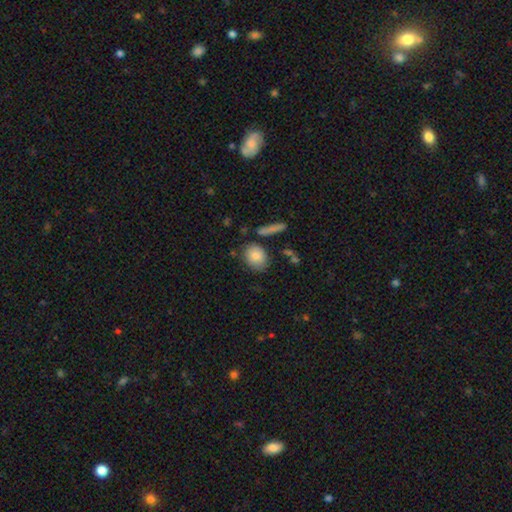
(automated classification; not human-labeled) Smooth or featured? Predicted: smooth (p=0.82). How rounded? Predicted: in between (p=0.49, tied with round). Merging? Predicted: none (p=0.71).